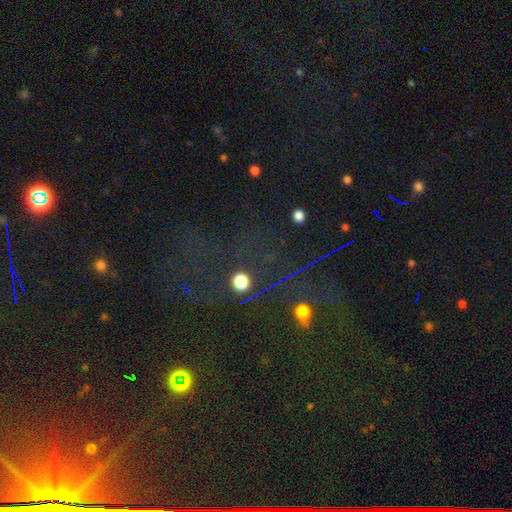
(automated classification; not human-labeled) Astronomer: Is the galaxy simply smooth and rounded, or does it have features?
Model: star or artifact — 74%.